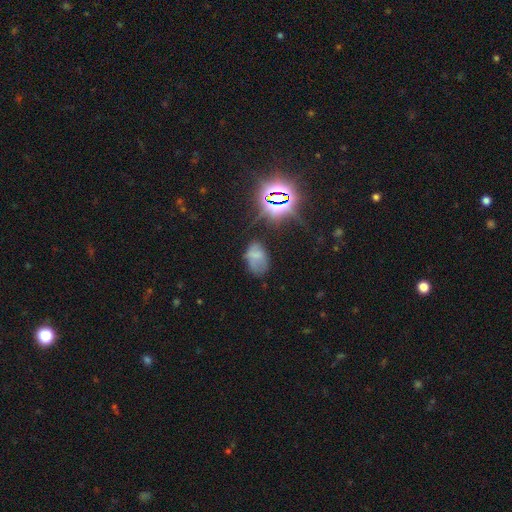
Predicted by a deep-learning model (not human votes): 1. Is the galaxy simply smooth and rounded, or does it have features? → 54% smooth, 25% star or artifact, 20% featured or disk.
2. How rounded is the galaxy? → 87% in between, 12% round, 2% cigar-shaped.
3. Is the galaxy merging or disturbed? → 50% none, 28% minor disturbance, 17% major disturbance, 5% merger.